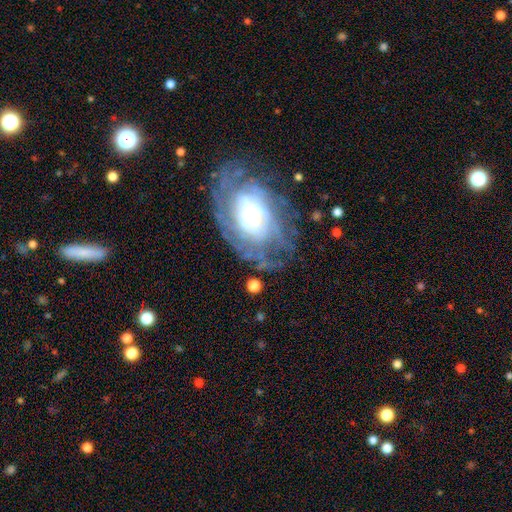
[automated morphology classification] A featured or disk galaxy (72%) with no bar (72%), tight (71%) spiral arms (79%) and a moderate central bulge (42%). Merging: none (70%).